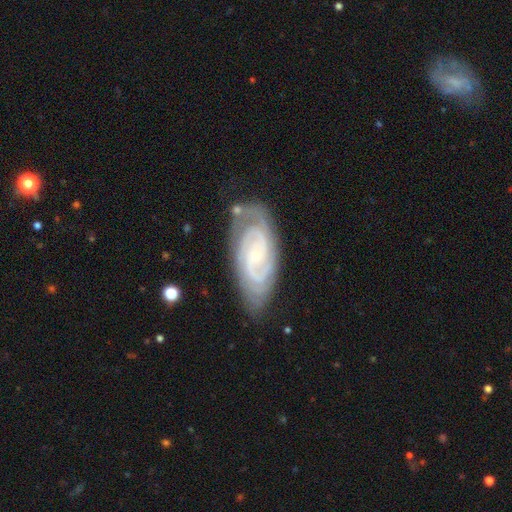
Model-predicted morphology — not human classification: Smooth or featured?
  - featured or disk: 90% *
  - star or artifact: 5%
  - smooth: 5%
Edge-on disk?
  - no: 96% *
  - yes: 4%
Bar?
  - no: 62% *
  - weak: 29%
  - strong: 9%
Spiral arms?
  - yes: 98% *
  - no: 2%
Spiral winding?
  - tight: 69% *
  - medium: 27%
  - loose: 4%
Spiral arm count?
  - 2: 61% *
  - 3: 16%
  - can't tell: 11%
  - 4: 5%
  - more than 4: 3%
  - 1: 3%
Bulge size?
  - small: 82% *
  - moderate: 14%
  - none: 2%
  - large: 1%
  - dominant: 1%
Merging?
  - none: 74% *
  - minor disturbance: 18%
  - major disturbance: 5%
  - merger: 2%